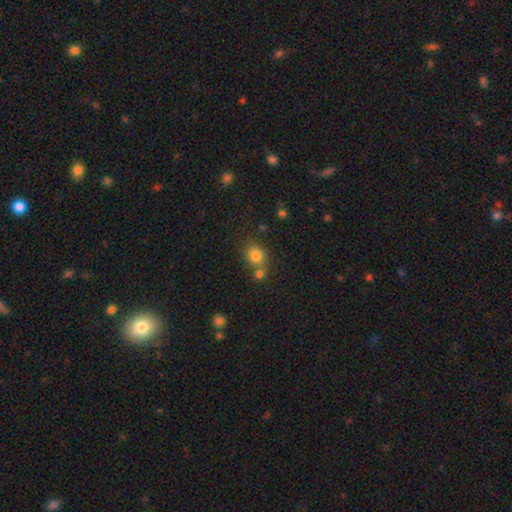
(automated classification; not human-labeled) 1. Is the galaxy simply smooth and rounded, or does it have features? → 80% smooth, 12% star or artifact, 7% featured or disk.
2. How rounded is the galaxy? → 71% round, 28% in between, 1% cigar-shaped.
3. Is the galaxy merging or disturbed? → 57% none, 29% merger, 10% minor disturbance, 4% major disturbance.